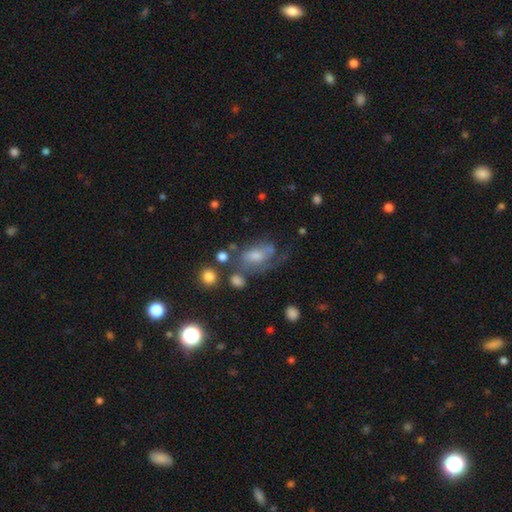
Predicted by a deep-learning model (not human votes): This is possibly a featured or disk galaxy (56%). It is clearly not viewed edge-on (94%). Bar: possibly no (59%). Spiral arm pattern: likely yes (76%). Central bulge: possibly moderate (50%). Merging: marginally none (44%).